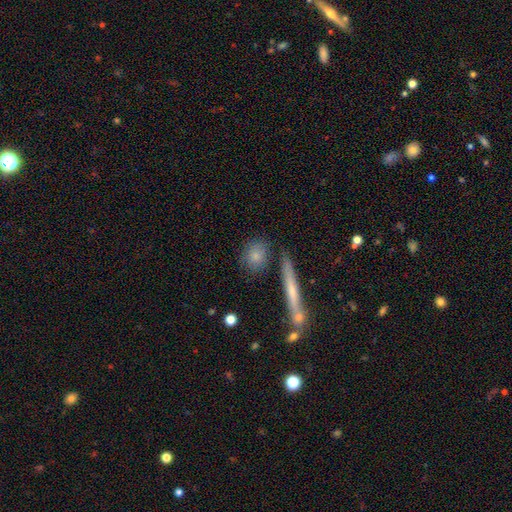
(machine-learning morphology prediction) Smooth or featured?
  - smooth: 80% *
  - featured or disk: 12%
  - star or artifact: 8%
How rounded?
  - round: 61% *
  - in between: 29%
  - cigar-shaped: 10%
Merging?
  - none: 77% *
  - minor disturbance: 12%
  - merger: 7%
  - major disturbance: 4%